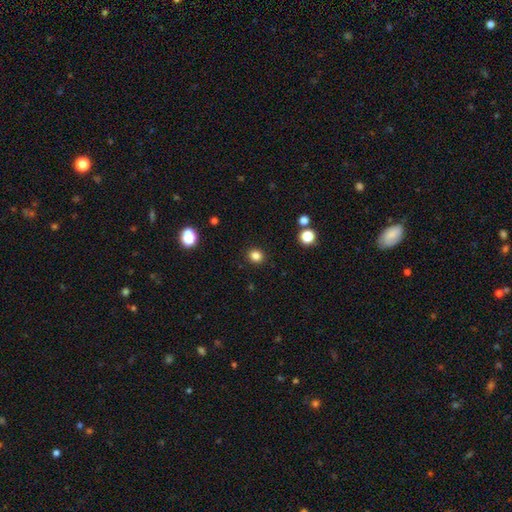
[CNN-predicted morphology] This is clearly a smooth galaxy (83%). How rounded: clearly round (82%). Merging: clearly none (91%).